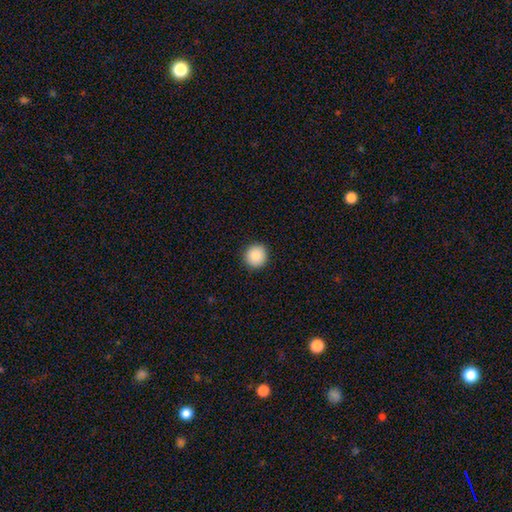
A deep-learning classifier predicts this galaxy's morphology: Smooth or featured: smooth — 88% (star or artifact — 8%)
How rounded: round — 95% (in between — 4%)
Merging: none — 92% (minor disturbance — 5%)